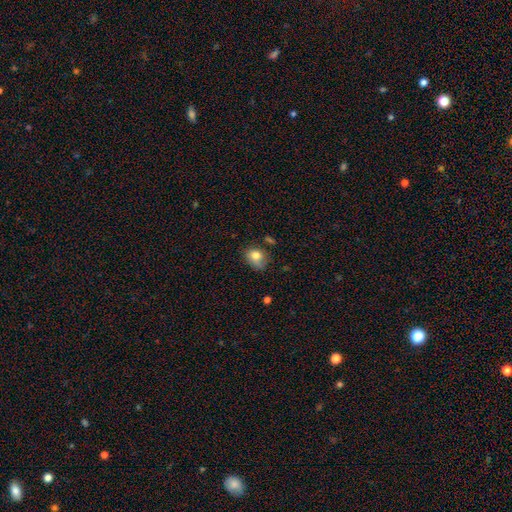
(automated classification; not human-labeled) This appears to be a smooth galaxy with no disk features (77%) that is in between round and cigar-shaped (55%). Merging: none (49%).